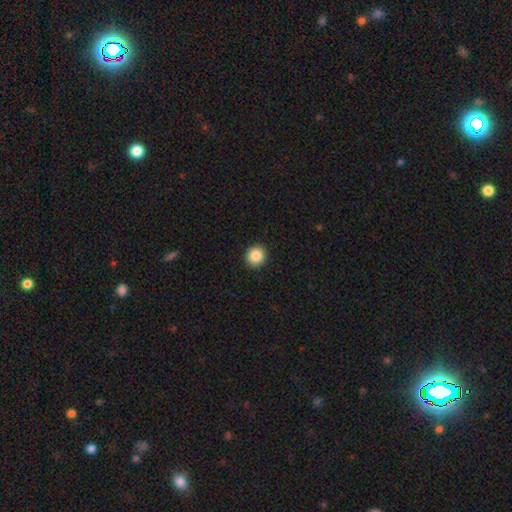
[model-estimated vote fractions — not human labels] The model was most divided on "smooth or featured": smooth: 86%, star or artifact: 9%, featured or disk: 4%. More confident: merging — none (93%); how rounded — round (91%).